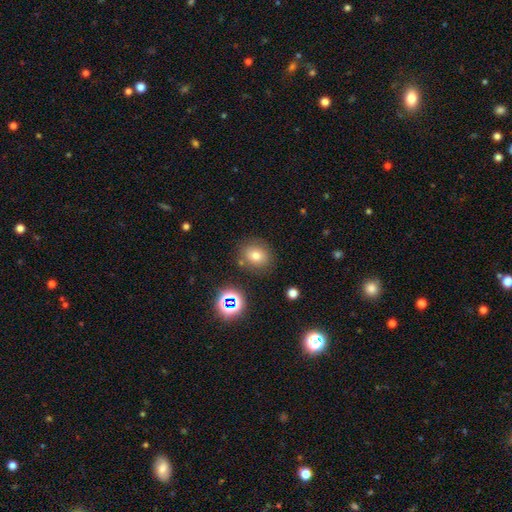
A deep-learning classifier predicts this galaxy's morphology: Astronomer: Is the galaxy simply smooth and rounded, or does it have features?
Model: smooth — 72%.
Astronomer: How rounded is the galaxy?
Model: round — 66%.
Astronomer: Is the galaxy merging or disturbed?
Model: none — 78%.